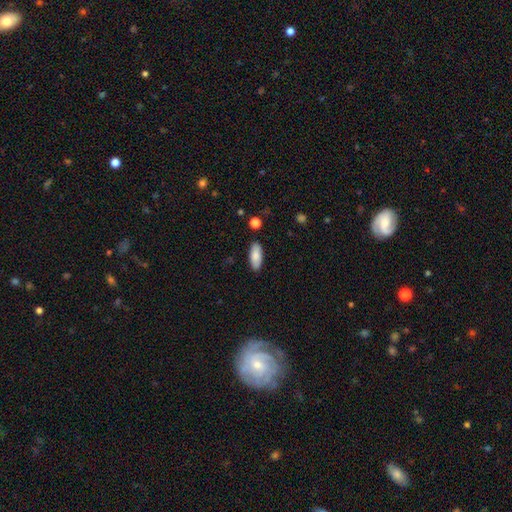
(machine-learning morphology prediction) Q: Smooth or featured?
A: smooth (86%); runner-up: featured or disk (8%)
Q: How rounded?
A: in between (80%); runner-up: cigar-shaped (18%)
Q: Merging?
A: none (87%); runner-up: minor disturbance (9%)